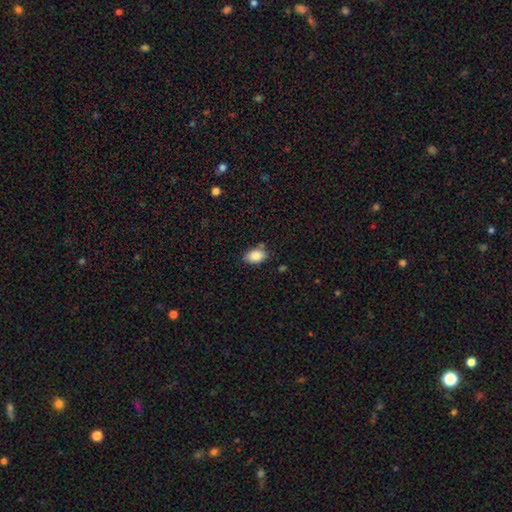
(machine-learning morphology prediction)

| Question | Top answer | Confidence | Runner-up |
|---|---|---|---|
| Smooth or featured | smooth | 87% | star or artifact (8%) |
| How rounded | in between | 87% | round (11%) |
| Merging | none | 76% | minor disturbance (17%) |